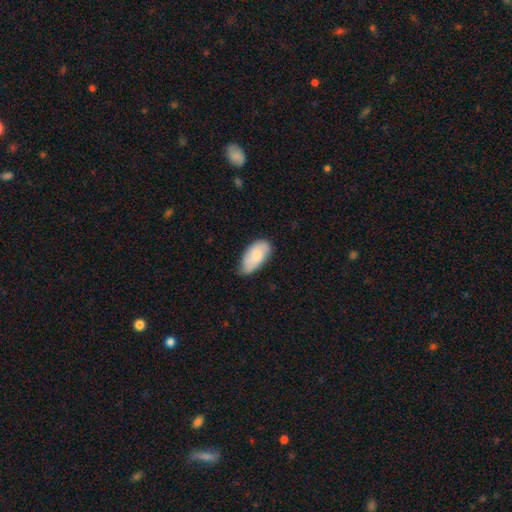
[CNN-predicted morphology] The model was most divided on "merging": none: 47%, minor disturbance: 44%, major disturbance: 8%, merger: 2%. More confident: how rounded — in between (94%); smooth or featured — smooth (76%).